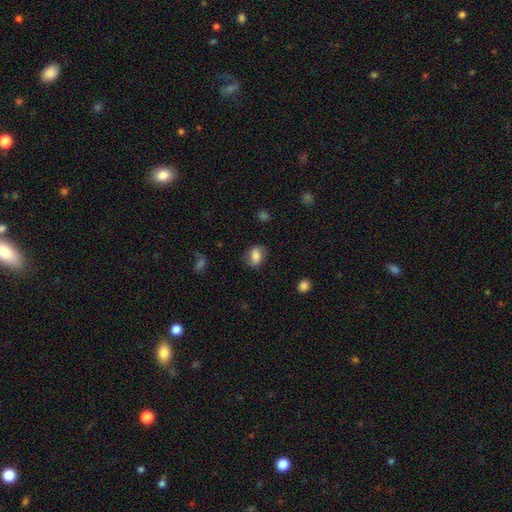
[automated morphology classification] A smooth galaxy with no disk features (69%) that is in between round and cigar-shaped (70%). Merging: none (74%).